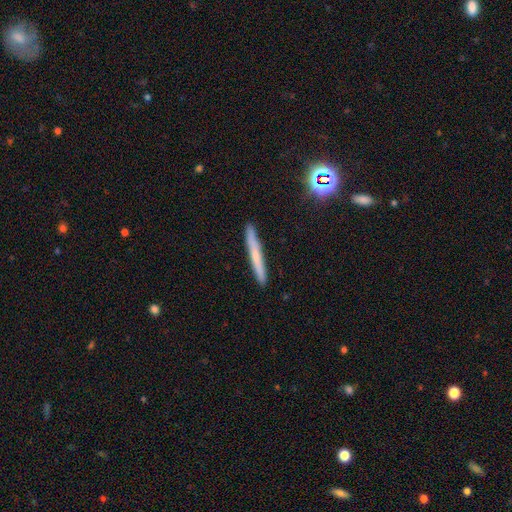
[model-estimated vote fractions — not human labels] A smooth galaxy with no disk features (54%) that is cigar-shaped (96%).

Vote fractions:
- Smooth or featured? smooth: 54% / featured or disk: 37% / star or artifact: 9%
- How rounded? cigar-shaped: 96% / in between: 2% / round: 1%
- Merging? none: 91% / minor disturbance: 6% / major disturbance: 1% / merger: 1%